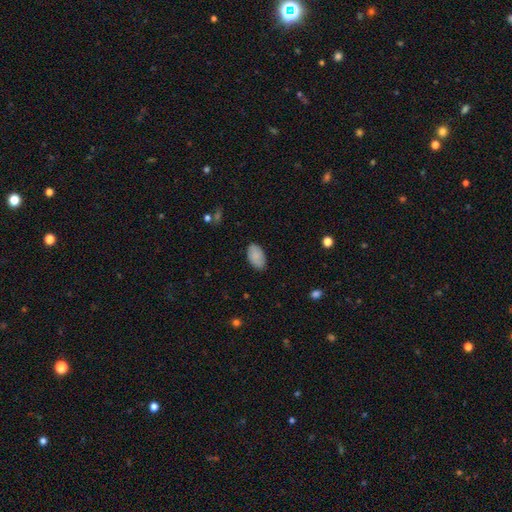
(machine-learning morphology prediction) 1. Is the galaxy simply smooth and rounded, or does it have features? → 86% smooth, 8% featured or disk, 7% star or artifact.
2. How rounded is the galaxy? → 94% in between, 5% round, 1% cigar-shaped.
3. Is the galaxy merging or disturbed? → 85% none, 12% minor disturbance, 2% major disturbance, 1% merger.